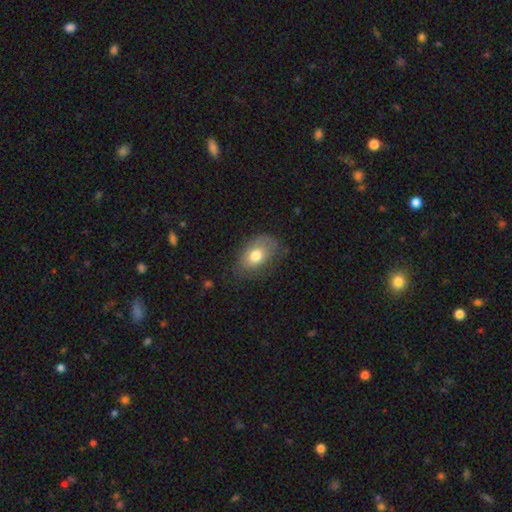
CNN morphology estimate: Smooth or featured? smooth (71%)
How rounded? in between (86%)
Merging? none (62%)